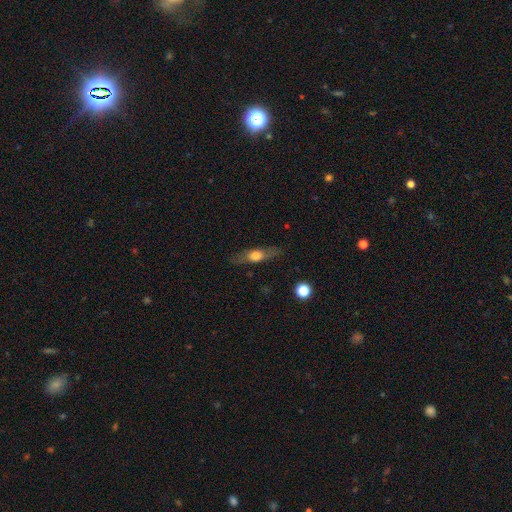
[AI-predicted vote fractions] Overall: featured or disk (48%; smooth 45%). Merging: none (82%).